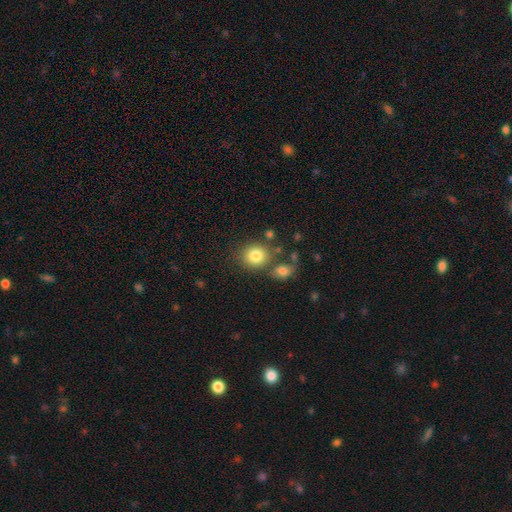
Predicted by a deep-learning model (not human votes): Smooth or featured: smooth — 82% (star or artifact — 10%)
How rounded: round — 76% (in between — 23%)
Merging: none — 69% (merger — 15%)